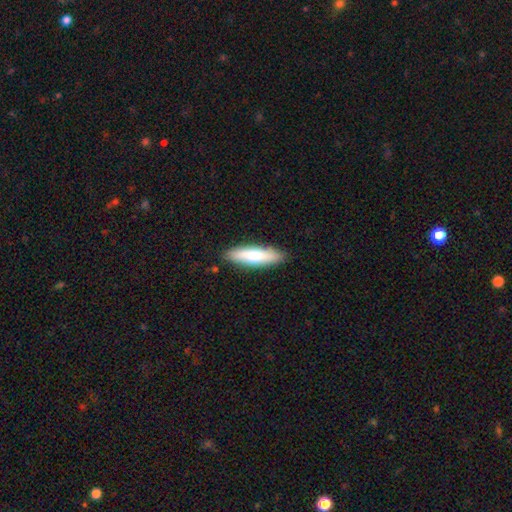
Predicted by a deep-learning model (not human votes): smooth-or-featured: smooth: 70% | featured or disk: 25% | star or artifact: 5%
  how-rounded: cigar-shaped: 67% | in between: 32% | round: 2%
  merging: none: 88% | minor disturbance: 9% | major disturbance: 2% | merger: 1%